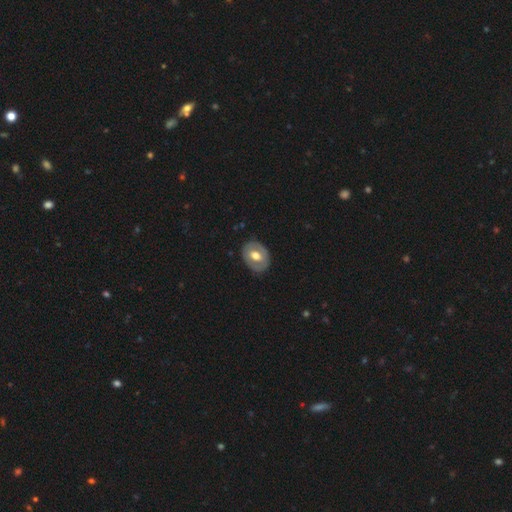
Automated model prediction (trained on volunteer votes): smooth_or_featured: featured or disk (p=0.47) [tied with: smooth p=0.47]
merging: none (p=0.83) [alt: minor disturbance p=0.13]